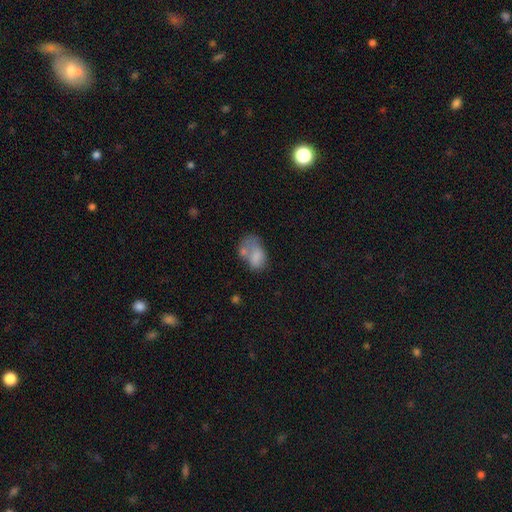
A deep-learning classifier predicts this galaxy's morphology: smooth-or-featured: smooth: 68% | featured or disk: 23% | star or artifact: 9%
  how-rounded: in between: 84% | round: 15% | cigar-shaped: 1%
  merging: merger: 33% | none: 24% | major disturbance: 23% | minor disturbance: 21%